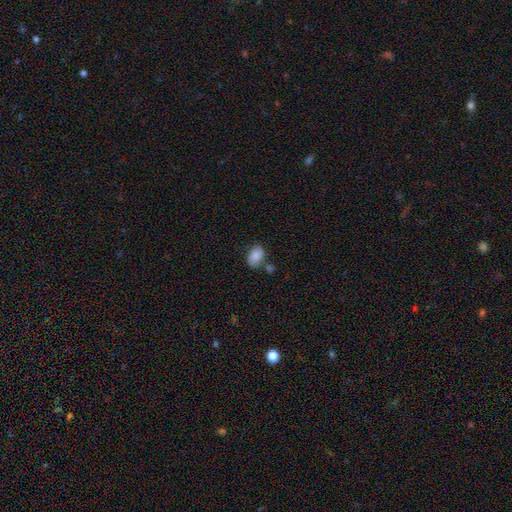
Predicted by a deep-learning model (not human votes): Morphology: type=smooth (84%); roundness=in between (85%); merging=none (62%).